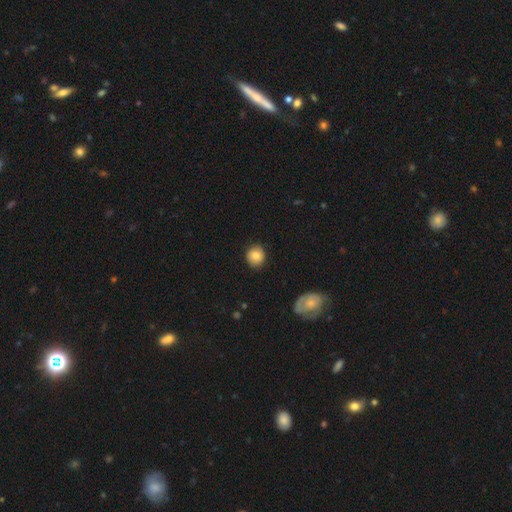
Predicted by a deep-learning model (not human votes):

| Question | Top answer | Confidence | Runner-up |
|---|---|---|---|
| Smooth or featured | smooth | 81% | featured or disk (10%) |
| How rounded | round | 82% | in between (17%) |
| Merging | none | 86% | minor disturbance (11%) |